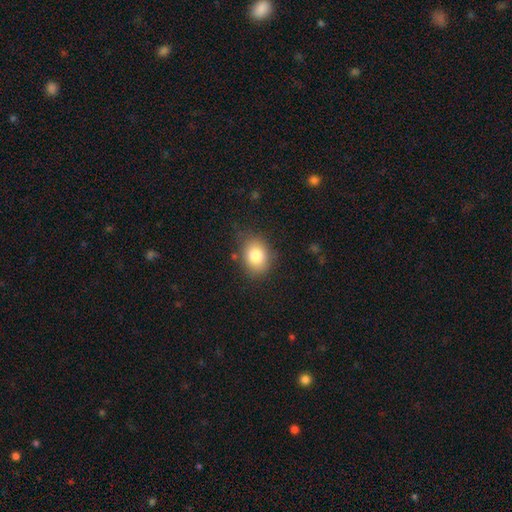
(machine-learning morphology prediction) A smooth galaxy with no disk features (81%) that is in between round and cigar-shaped (53%). Merging: none (80%).